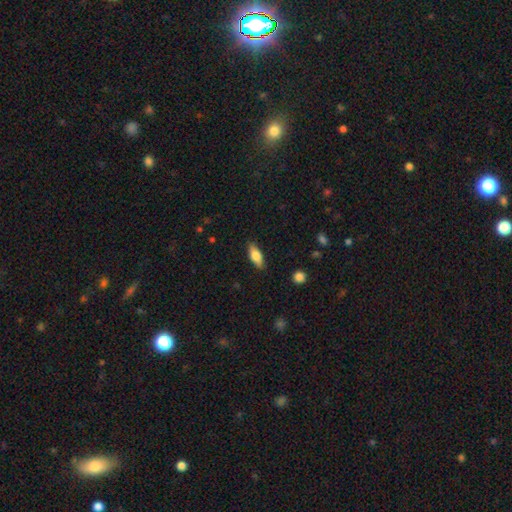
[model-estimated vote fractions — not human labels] smooth 73%, featured or disk 20%, star or artifact 6%. Down the decision tree: how rounded — in between (76%); merging — none (86%).